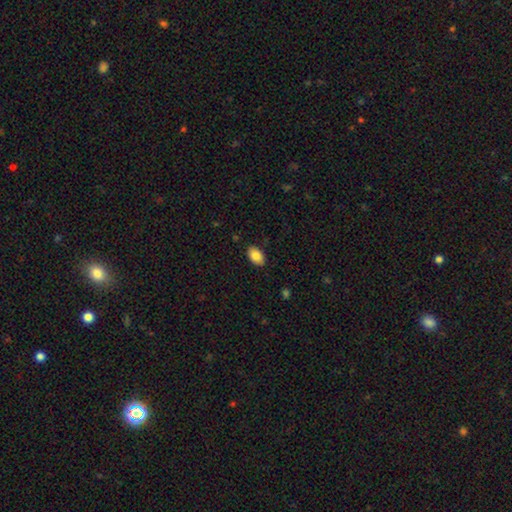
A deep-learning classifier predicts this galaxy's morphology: This appears to be a smooth galaxy with no disk features (84%) that is in between round and cigar-shaped (92%). Merging: none (87%).